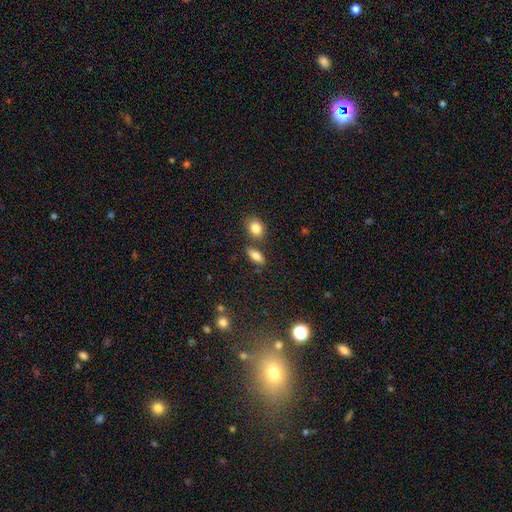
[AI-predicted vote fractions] A smooth galaxy with no disk features (82%) that is in between round and cigar-shaped (78%). Merging: none (72%).